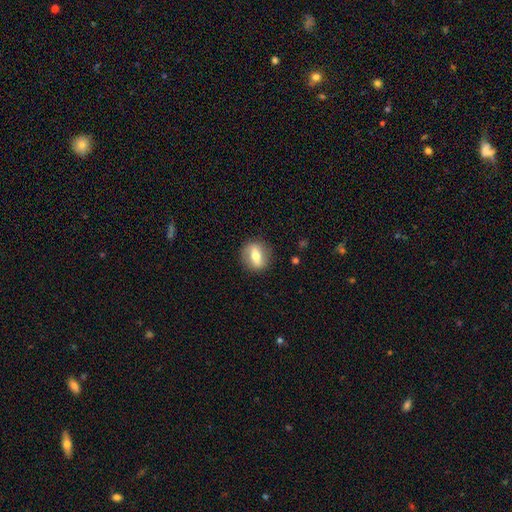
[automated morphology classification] Overall: smooth (52%; featured or disk 40%). How rounded: round (57%; in between 38%). Merging: none (86%).